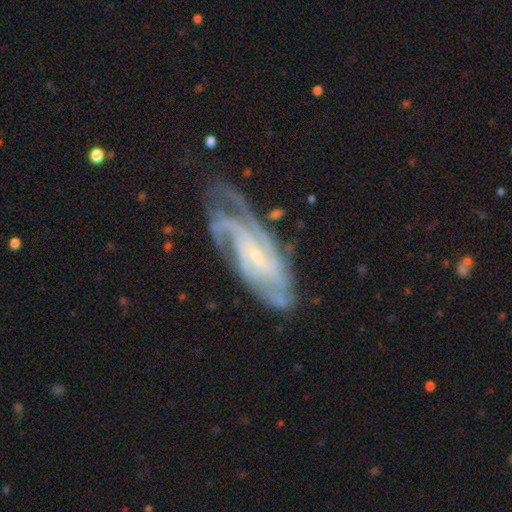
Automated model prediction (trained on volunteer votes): Smooth or featured? Predicted: featured or disk (p=0.88). Edge-on disk? Predicted: no (p=0.92). Bar? Predicted: no (p=0.48). Spiral arms? Predicted: yes (p=0.97). Spiral winding? Predicted: tight (p=0.56). Spiral arm count? Predicted: 3 (p=0.29). Bulge size? Predicted: small (p=0.78). Merging? Predicted: none (p=0.63).